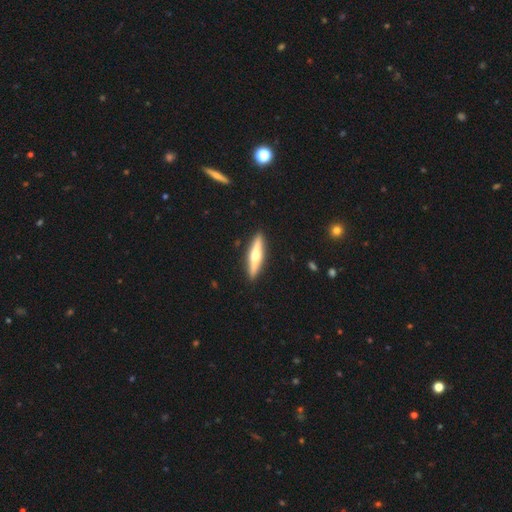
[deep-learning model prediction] Smooth or featured? featured or disk (61%)
Edge-on disk? yes (96%)
Edge-on bulge? rounded (93%)
Merging? none (92%)